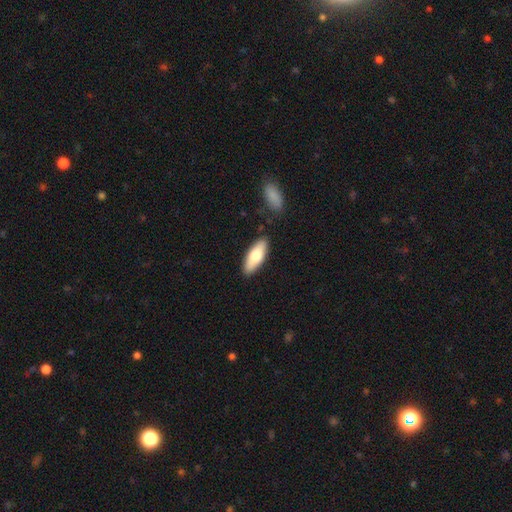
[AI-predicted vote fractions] The model was most divided on "how rounded": in between: 68%, cigar-shaped: 30%, round: 2%. More confident: merging — none (85%); smooth or featured — smooth (71%).